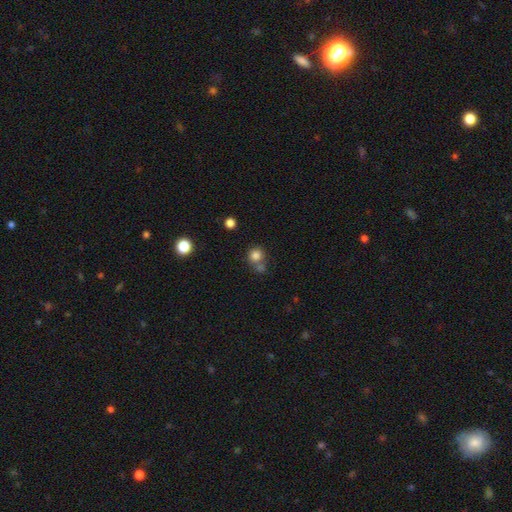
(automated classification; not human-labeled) A smooth galaxy with no disk features (80%) that is round (88%). Merging: none (57%).